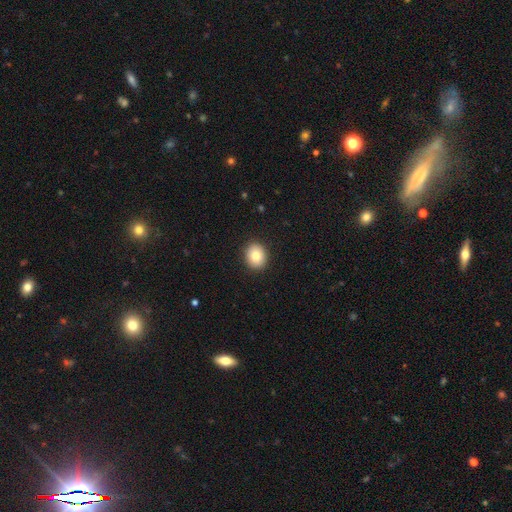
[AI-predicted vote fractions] Overall: smooth (83%). How rounded: round (60%; in between 39%). Merging: none (91%).